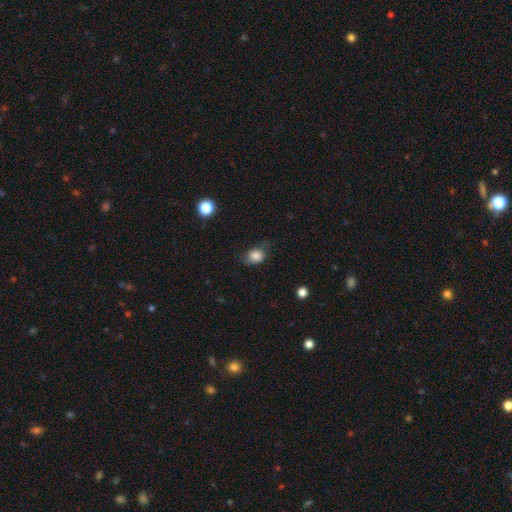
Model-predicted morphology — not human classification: This is clearly a smooth galaxy (82%). How rounded: possibly in between (57%). Merging: likely none (62%).